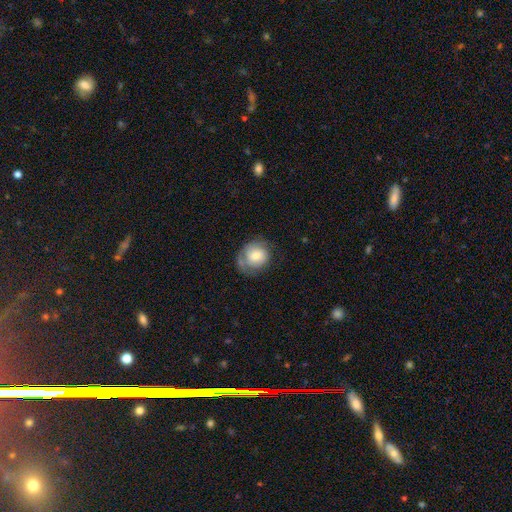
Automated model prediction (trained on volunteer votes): This appears to be a smooth galaxy with no disk features (62%) that is round (73%). Merging: none (55%).